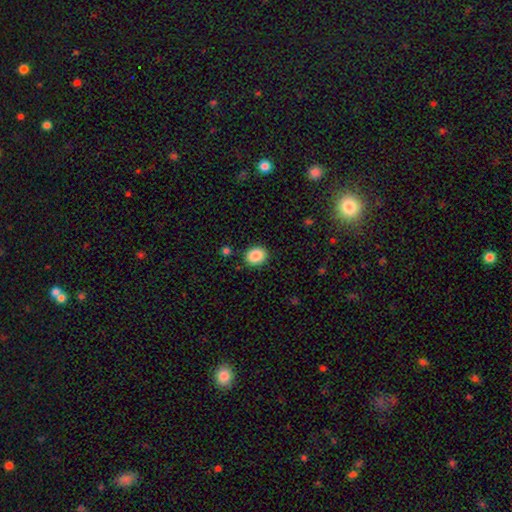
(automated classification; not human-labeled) Q: Smooth or featured?
A: smooth (87%); runner-up: star or artifact (8%)
Q: How rounded?
A: round (58%); runner-up: in between (41%)
Q: Merging?
A: none (88%); runner-up: minor disturbance (8%)